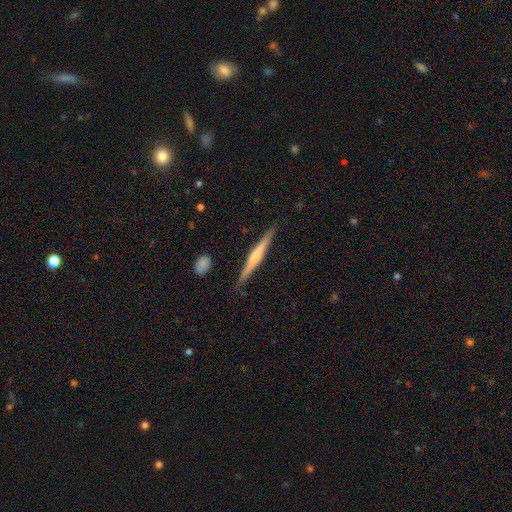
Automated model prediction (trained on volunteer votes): A featured or disk galaxy (68%) viewed edge-on (98%) with a rounded central bulge (70%). Merging: none (89%).